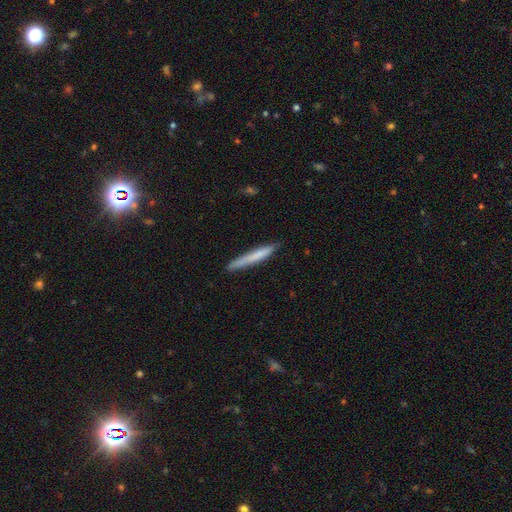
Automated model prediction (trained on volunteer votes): Smooth or featured? smooth (69%)
How rounded? cigar-shaped (96%)
Merging? none (85%)